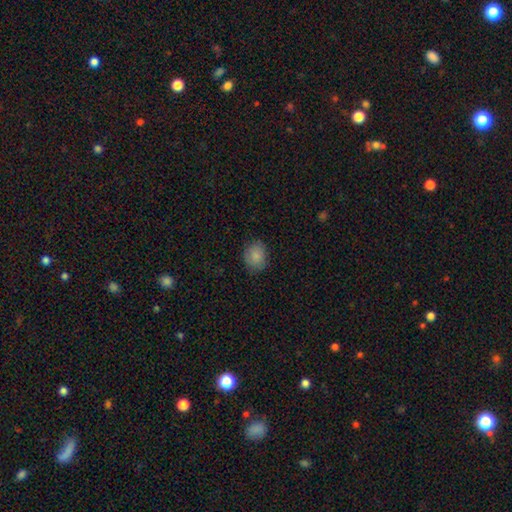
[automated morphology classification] Smooth or featured? Predicted: smooth (p=0.86). How rounded? Predicted: round (p=0.61). Merging? Predicted: none (p=0.80).